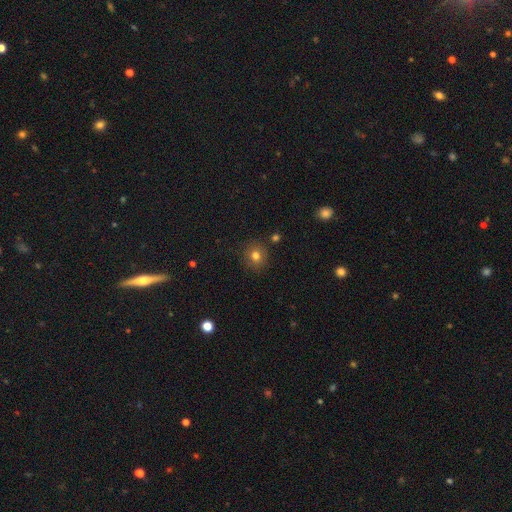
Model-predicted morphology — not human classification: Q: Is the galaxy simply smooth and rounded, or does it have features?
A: smooth — 77%.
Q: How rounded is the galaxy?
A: round — 86%.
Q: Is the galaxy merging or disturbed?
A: none — 86%.